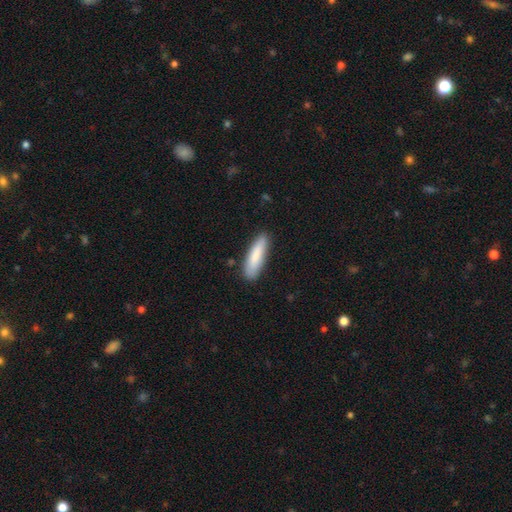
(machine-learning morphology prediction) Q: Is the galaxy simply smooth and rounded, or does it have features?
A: smooth — 85%.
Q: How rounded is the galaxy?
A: cigar-shaped — 65%.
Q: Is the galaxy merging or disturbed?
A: none — 84%.